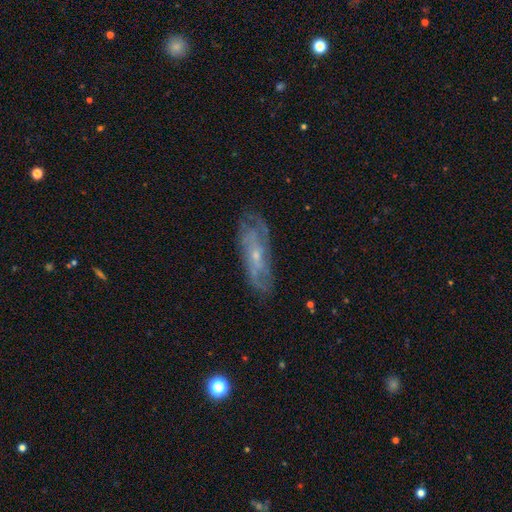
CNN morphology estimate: This appears to be a featured or disk galaxy (75%) with no bar (66%), tight (49%) spiral arms (86%) and a small central bulge (73%). Merging: none (73%).